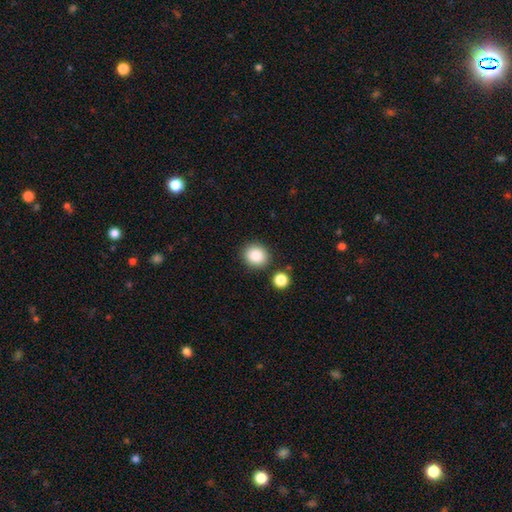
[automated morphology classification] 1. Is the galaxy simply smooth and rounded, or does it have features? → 86% smooth, 9% star or artifact, 5% featured or disk.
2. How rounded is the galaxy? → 85% round, 14% in between, 1% cigar-shaped.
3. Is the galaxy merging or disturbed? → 86% none, 7% minor disturbance, 5% merger, 2% major disturbance.